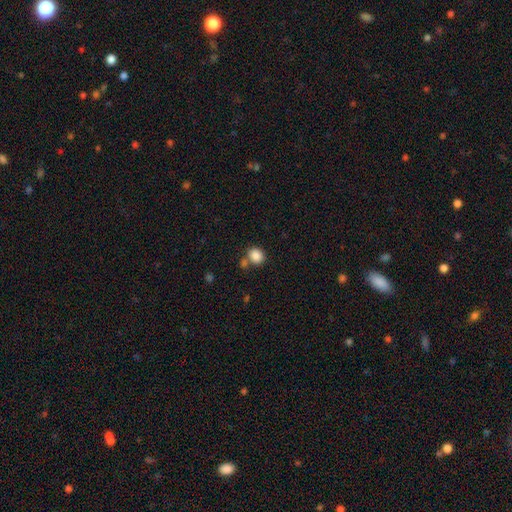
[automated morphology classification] A smooth galaxy with no disk features (86%) that is round (69%).

Vote fractions:
- Smooth or featured? smooth: 86% / star or artifact: 9% / featured or disk: 4%
- How rounded? round: 69% / in between: 30% / cigar-shaped: 1%
- Merging? none: 64% / merger: 22% / minor disturbance: 11% / major disturbance: 4%